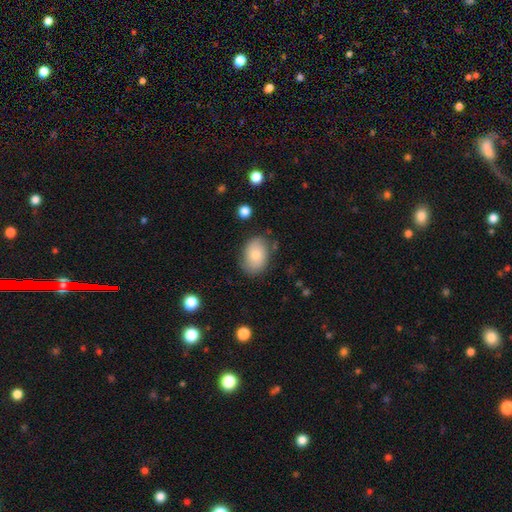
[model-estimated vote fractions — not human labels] Smooth or featured? smooth (77%)
How rounded? in between (80%)
Merging? none (76%)